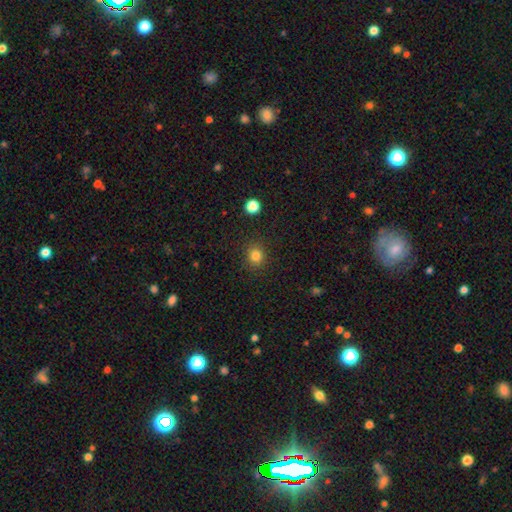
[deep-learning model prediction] This is clearly a smooth galaxy (82%). How rounded: clearly round (83%). Merging: clearly none (88%).